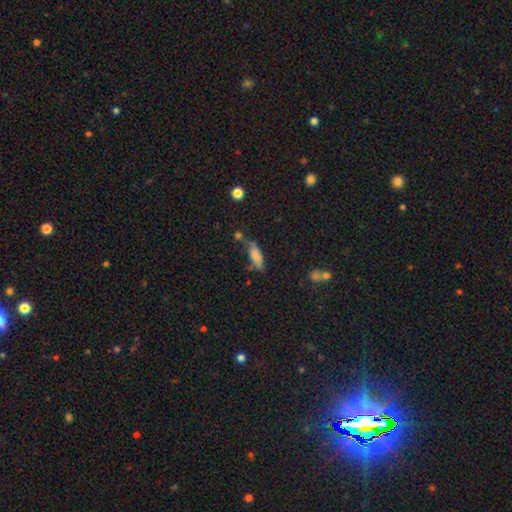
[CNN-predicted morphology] Smooth or featured: smooth — 77% (featured or disk — 13%)
How rounded: in between — 62% (cigar-shaped — 35%)
Merging: none — 48% (minor disturbance — 27%)